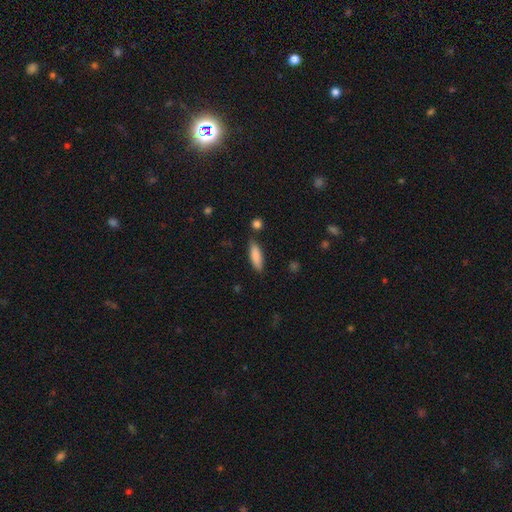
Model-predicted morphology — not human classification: This is clearly a smooth galaxy (84%). How rounded: possibly cigar-shaped (54%). Merging: clearly none (81%).